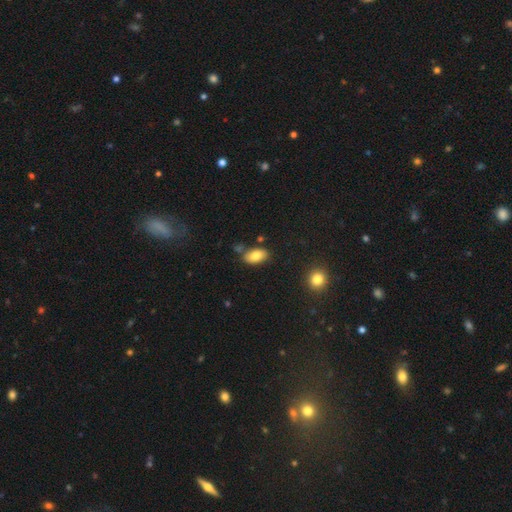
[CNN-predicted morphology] smooth 81%, featured or disk 11%, star or artifact 8%. Down the decision tree: how rounded — in between (92%); merging — none (74%).